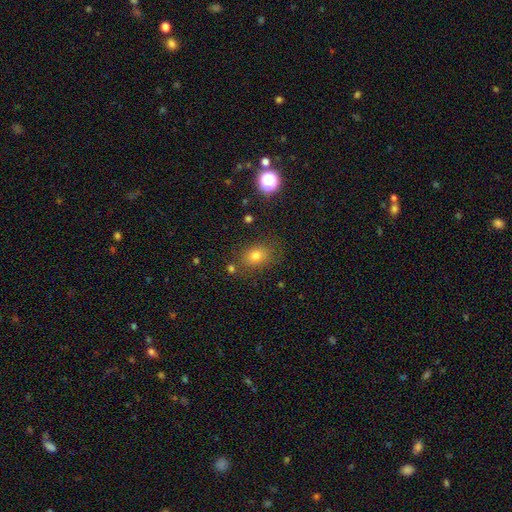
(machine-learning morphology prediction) type=smooth (75%); roundness=in between (61%); merging=none (74%).